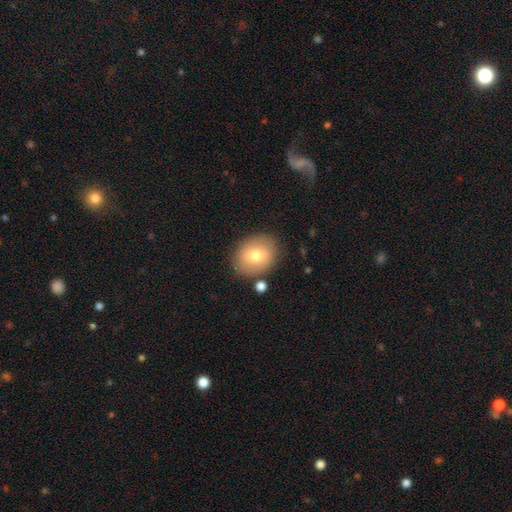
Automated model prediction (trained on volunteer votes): Morphology: type=smooth (72%); roundness=round (51%); merging=none (82%).